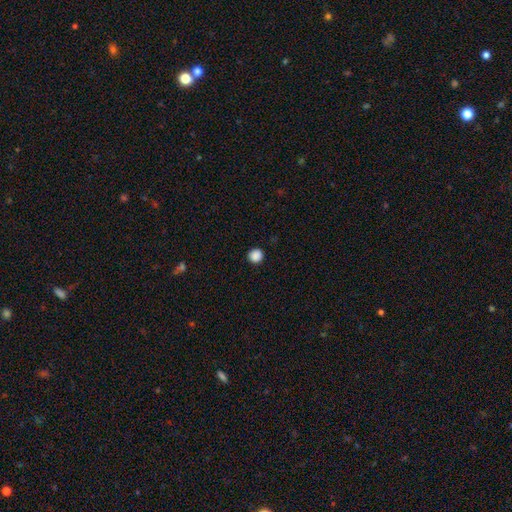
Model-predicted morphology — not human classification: A smooth galaxy with no disk features (88%) that is round (92%).

Vote fractions:
- Smooth or featured? smooth: 88% / star or artifact: 10% / featured or disk: 2%
- How rounded? round: 92% / in between: 7% / cigar-shaped: 1%
- Merging? none: 92% / minor disturbance: 5% / major disturbance: 2% / merger: 1%